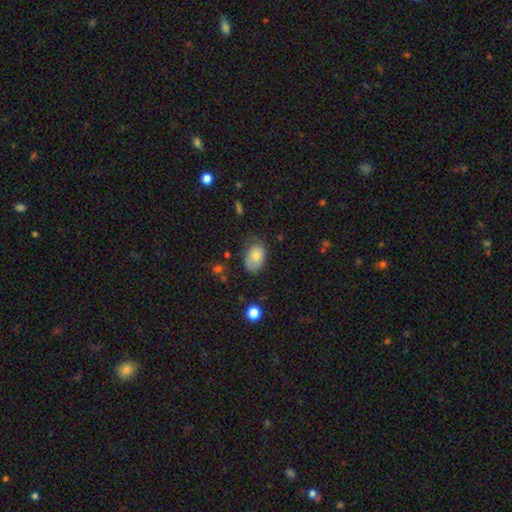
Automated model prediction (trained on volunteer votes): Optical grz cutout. It shows a smooth galaxy with no disk features (74%) that is in between round and cigar-shaped (84%). Merging: none (56%).